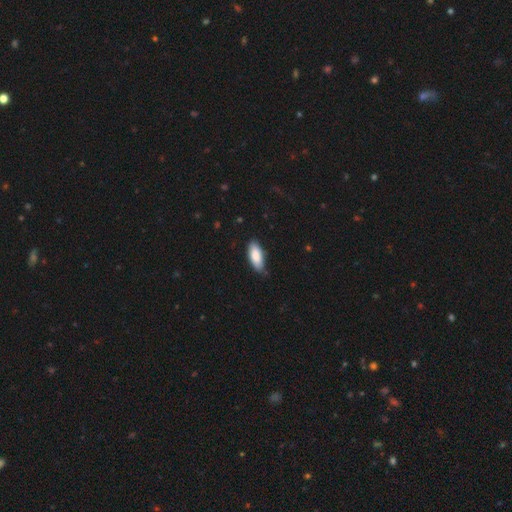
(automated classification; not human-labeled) A smooth galaxy with no disk features (86%) that is in between round and cigar-shaped (83%).

Vote fractions:
- Smooth or featured? smooth: 86% / featured or disk: 9% / star or artifact: 6%
- How rounded? in between: 83% / cigar-shaped: 15% / round: 2%
- Merging? none: 76% / minor disturbance: 20% / major disturbance: 3% / merger: 1%